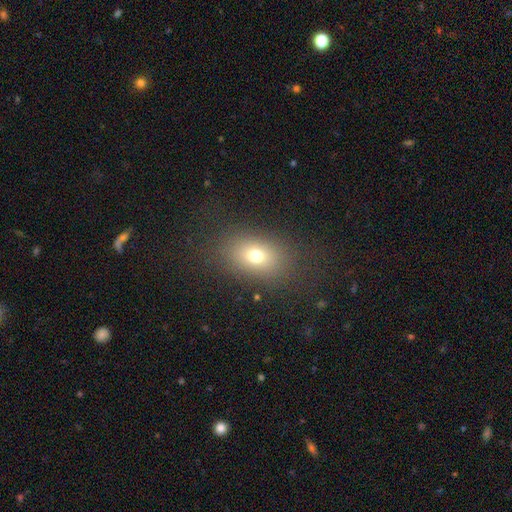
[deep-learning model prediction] Smooth or featured? smooth (71%)
How rounded? in between (67%)
Merging? none (81%)